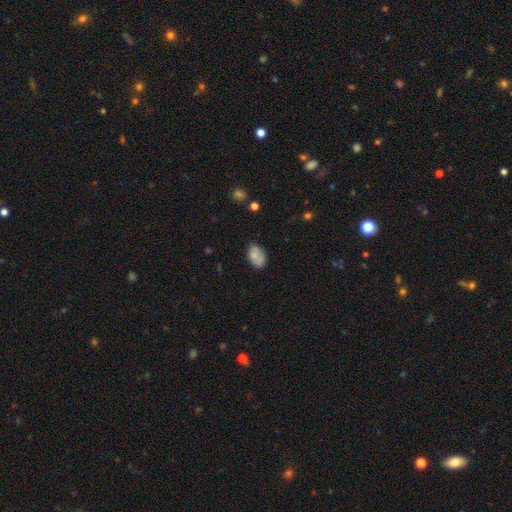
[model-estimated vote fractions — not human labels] The model was most divided on "merging": none: 69%, minor disturbance: 22%, major disturbance: 5%, merger: 4%. More confident: how rounded — in between (87%); smooth or featured — smooth (77%).